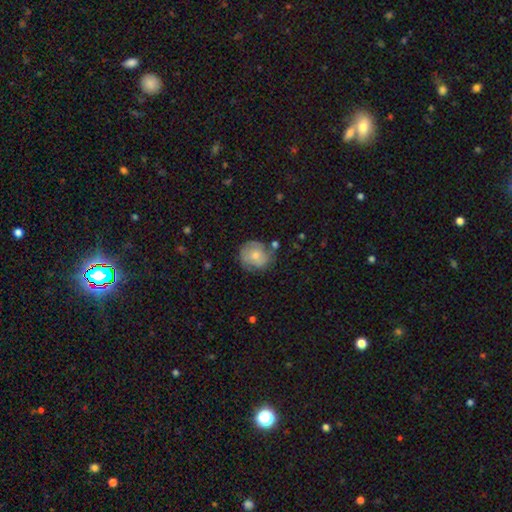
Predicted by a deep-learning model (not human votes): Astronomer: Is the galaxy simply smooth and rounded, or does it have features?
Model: smooth — 60%.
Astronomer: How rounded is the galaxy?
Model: round — 83%.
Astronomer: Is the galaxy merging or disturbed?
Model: none — 58%.